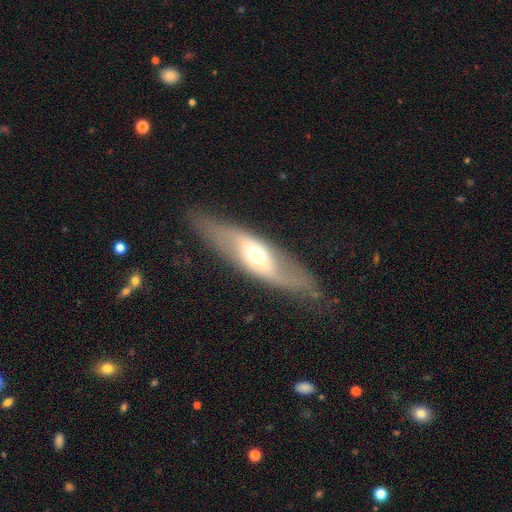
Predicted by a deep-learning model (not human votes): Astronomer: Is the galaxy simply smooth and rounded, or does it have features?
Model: featured or disk — 59% (runner-up: smooth, 35%).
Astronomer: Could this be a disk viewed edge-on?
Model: no — 66%.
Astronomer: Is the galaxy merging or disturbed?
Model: none — 78%.